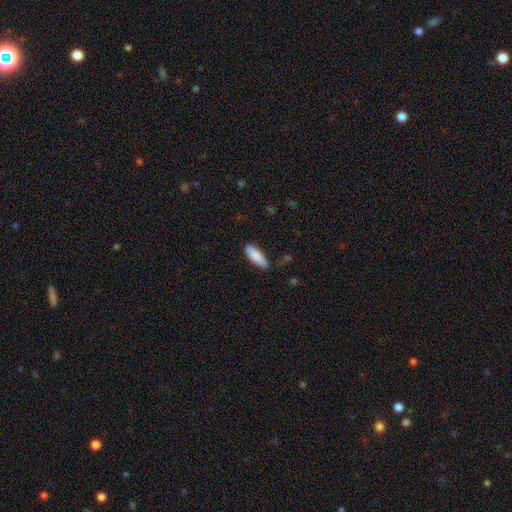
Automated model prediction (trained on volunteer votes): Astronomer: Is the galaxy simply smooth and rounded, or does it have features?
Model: smooth — 87%.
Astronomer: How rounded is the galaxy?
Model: in between — 54% (runner-up: cigar-shaped, 44%).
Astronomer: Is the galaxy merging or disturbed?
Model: none — 79%.